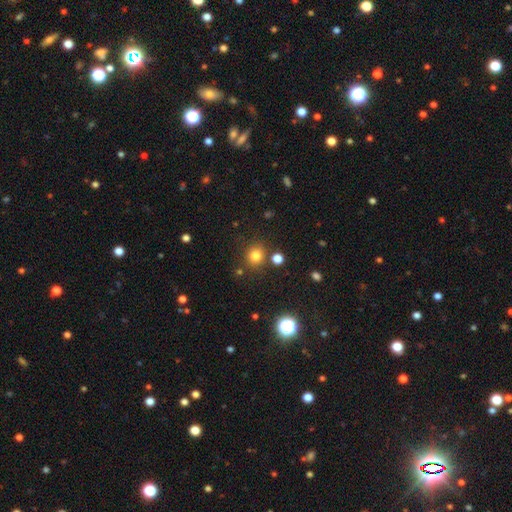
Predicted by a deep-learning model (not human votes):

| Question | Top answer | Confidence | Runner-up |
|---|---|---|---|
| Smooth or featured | smooth | 78% | star or artifact (16%) |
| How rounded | round | 87% | in between (12%) |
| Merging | none | 82% | minor disturbance (8%) |